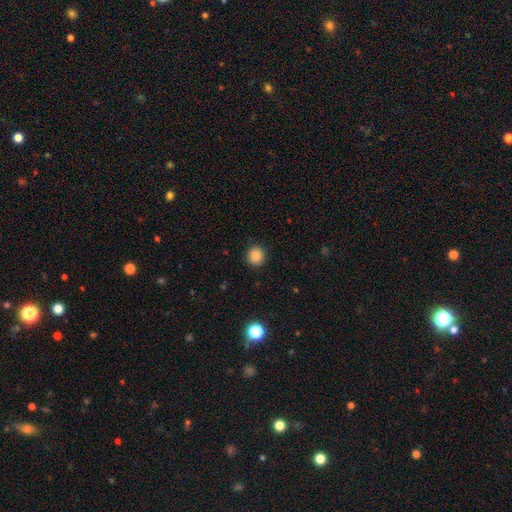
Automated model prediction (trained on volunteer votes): Smooth or featured? Predicted: smooth (p=0.86). How rounded? Predicted: round (p=0.90). Merging? Predicted: none (p=0.90).